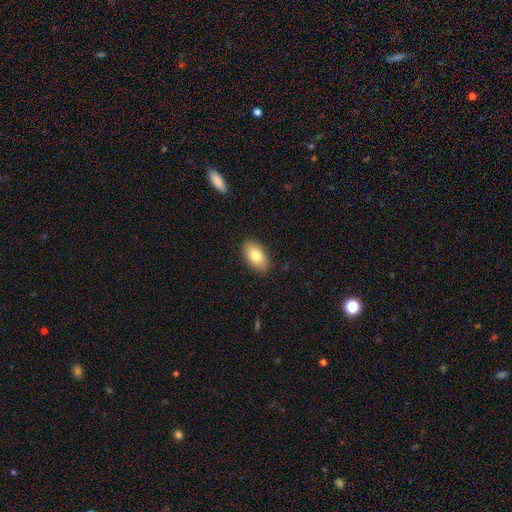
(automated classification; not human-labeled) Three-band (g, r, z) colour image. It shows a smooth galaxy with no disk features (79%) that is in between round and cigar-shaped (93%). Merging: none (88%).